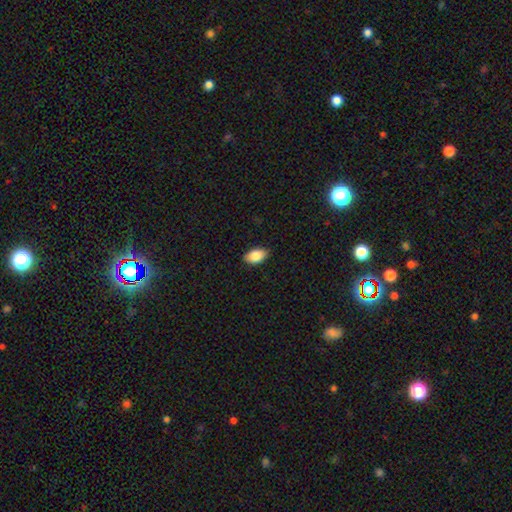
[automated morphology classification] type=smooth (85%); roundness=in between (92%); merging=none (85%).